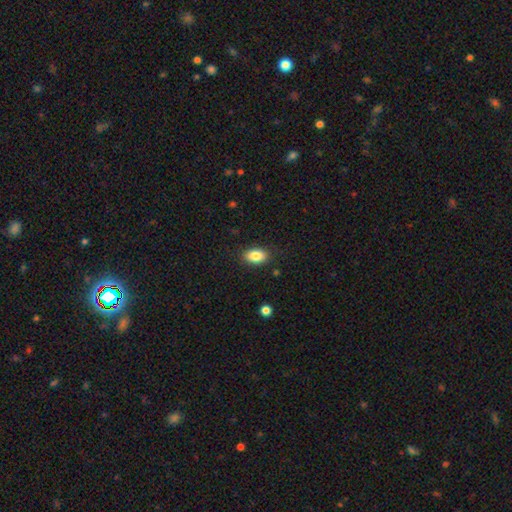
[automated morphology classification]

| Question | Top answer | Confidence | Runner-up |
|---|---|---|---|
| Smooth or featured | smooth | 85% | star or artifact (8%) |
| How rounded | in between | 89% | round (9%) |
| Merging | none | 86% | minor disturbance (10%) |